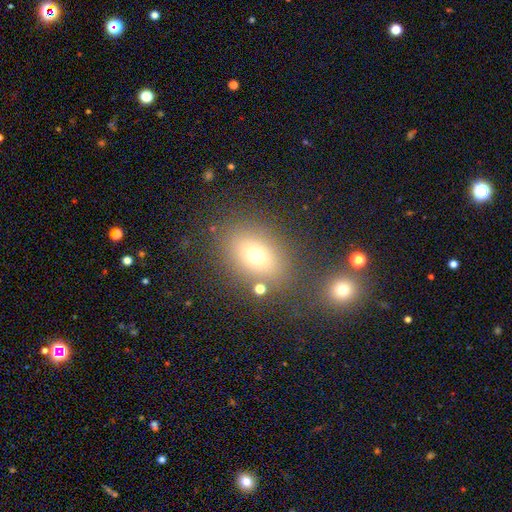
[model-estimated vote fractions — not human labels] smooth_or_featured: smooth (p=0.68) [alt: star or artifact p=0.16]
how_rounded: in between (p=0.68) [alt: round p=0.30]
merging: none (p=0.76) [alt: minor disturbance p=0.11]